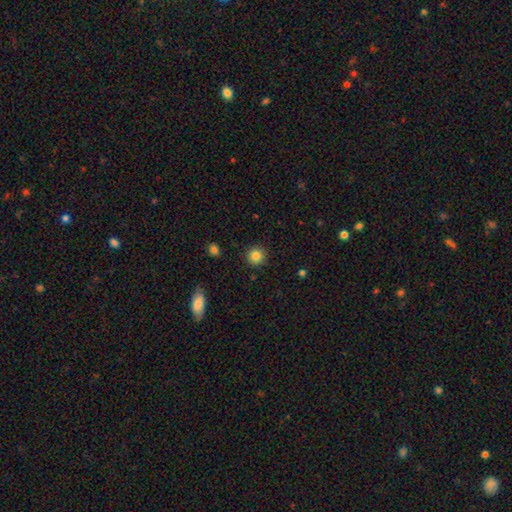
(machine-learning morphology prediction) A smooth galaxy with no disk features (85%) that is round (94%). Merging: none (91%).